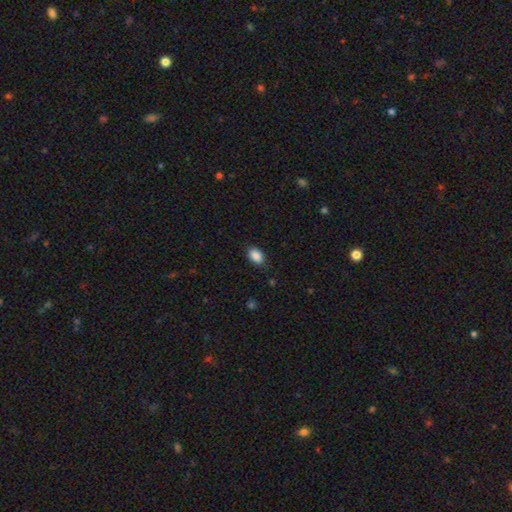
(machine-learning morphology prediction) Smooth or featured? smooth (89%)
How rounded? in between (89%)
Merging? none (85%)